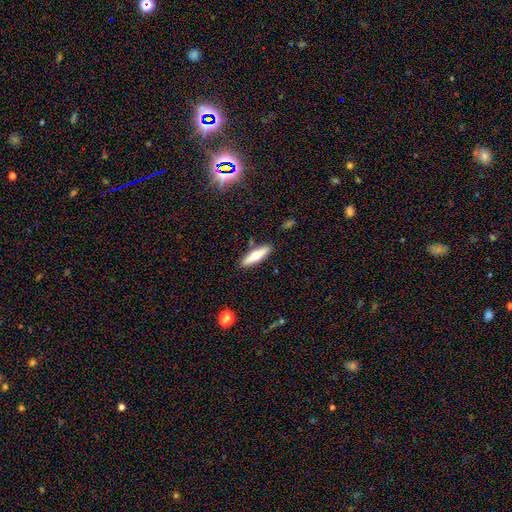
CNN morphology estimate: The model was most divided on "how rounded": cigar-shaped: 65%, in between: 33%, round: 2%. More confident: merging — none (86%); smooth or featured — smooth (63%).